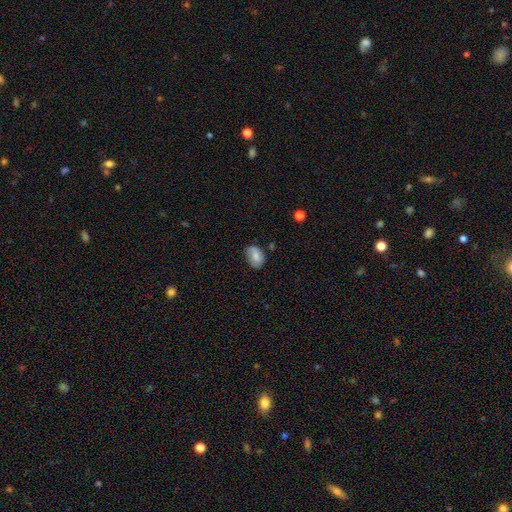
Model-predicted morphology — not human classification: smooth 73%, featured or disk 19%, star or artifact 8%. Down the decision tree: how rounded — in between (80%); merging — none (68%).